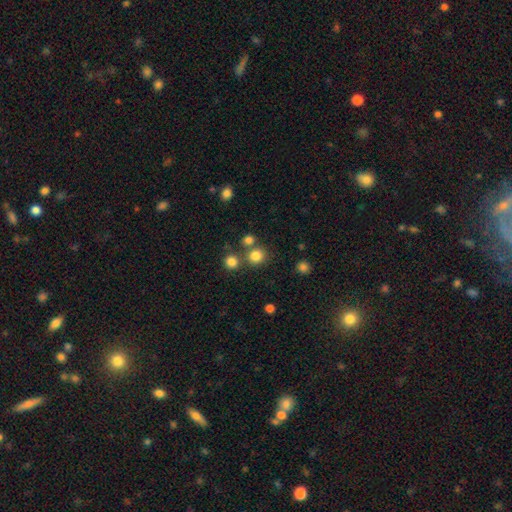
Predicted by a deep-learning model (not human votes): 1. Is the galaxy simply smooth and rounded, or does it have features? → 80% smooth, 15% star or artifact, 5% featured or disk.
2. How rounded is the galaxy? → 88% round, 11% in between, 1% cigar-shaped.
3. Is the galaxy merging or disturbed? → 71% none, 18% merger, 8% minor disturbance, 3% major disturbance.